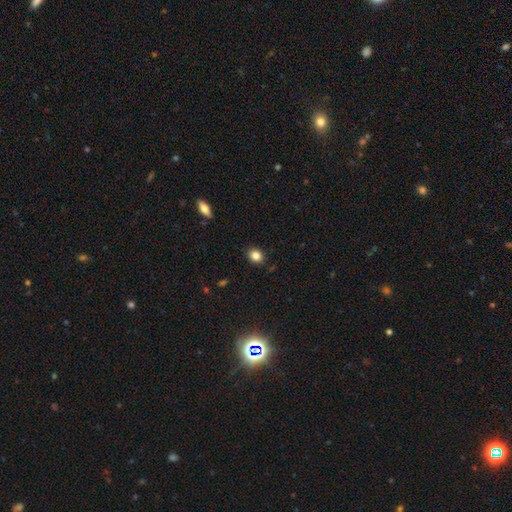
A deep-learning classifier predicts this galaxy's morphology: This is clearly a smooth galaxy (84%). How rounded: likely round (67%). Merging: clearly none (88%).